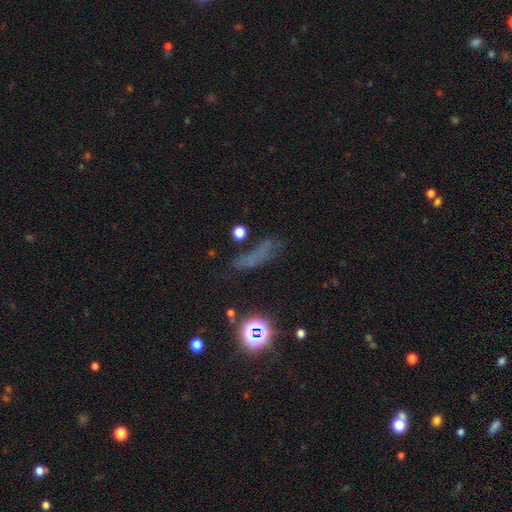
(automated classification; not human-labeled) This is possibly a smooth galaxy (46%). Merging: possibly none (58%).